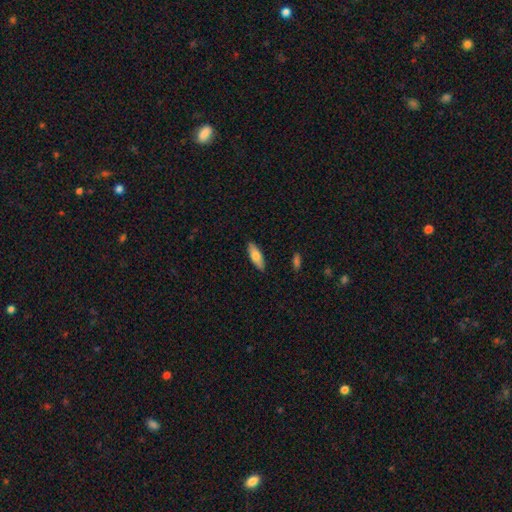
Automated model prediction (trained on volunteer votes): Smooth or featured? Predicted: smooth (p=0.73). How rounded? Predicted: in between (p=0.60). Merging? Predicted: none (p=0.88).